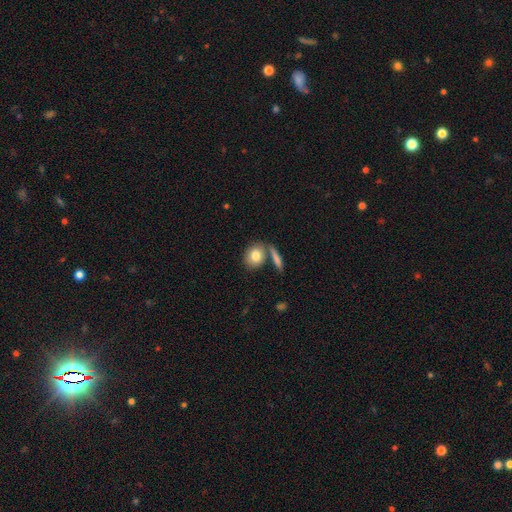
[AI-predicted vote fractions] Smooth or featured?
  - smooth: 81% *
  - featured or disk: 12%
  - star or artifact: 7%
How rounded?
  - round: 49% *
  - in between: 47%
  - cigar-shaped: 3%
Merging?
  - none: 64% *
  - merger: 21%
  - minor disturbance: 12%
  - major disturbance: 4%